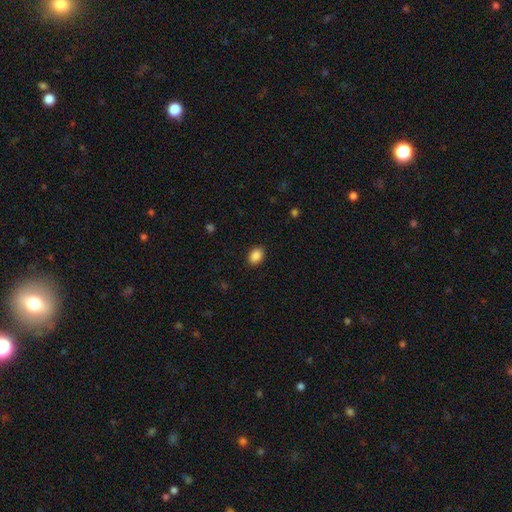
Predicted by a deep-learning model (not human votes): smooth_or_featured: smooth (p=0.89) [alt: star or artifact p=0.08]
how_rounded: in between (p=0.78) [alt: round p=0.21]
merging: none (p=0.90) [alt: minor disturbance p=0.07]